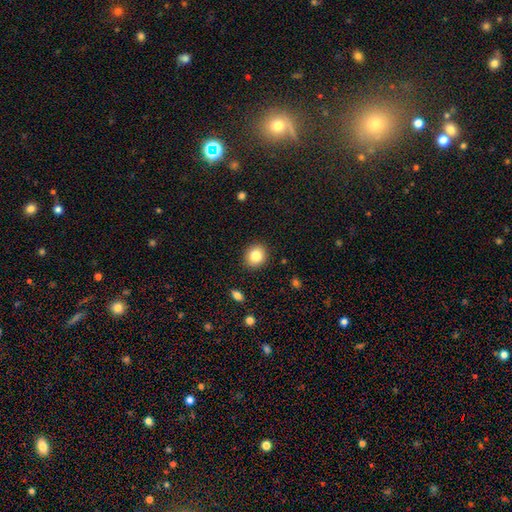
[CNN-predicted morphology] smooth_or_featured: smooth (p=0.84) [alt: star or artifact p=0.09]
how_rounded: round (p=0.71) [alt: in between p=0.28]
merging: none (p=0.89) [alt: minor disturbance p=0.07]